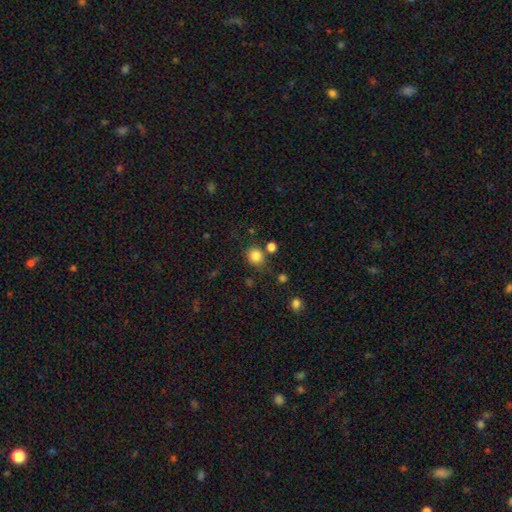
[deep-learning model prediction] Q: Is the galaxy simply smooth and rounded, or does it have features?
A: smooth — 84%.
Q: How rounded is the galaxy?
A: round — 78%.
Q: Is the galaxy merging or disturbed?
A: none — 73%.